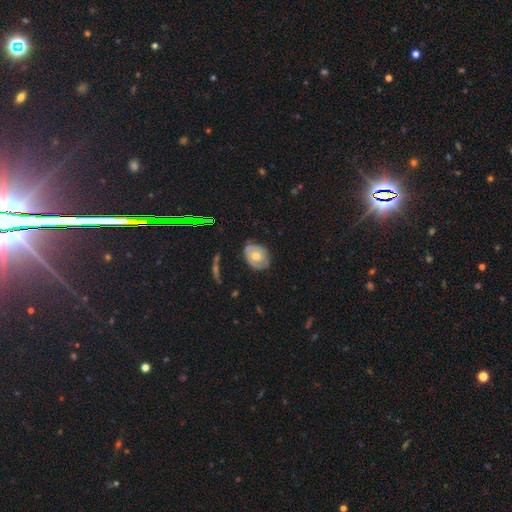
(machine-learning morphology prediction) smooth-or-featured: smooth: 46% | featured or disk: 45% | star or artifact: 9%
  merging: none: 69% | minor disturbance: 24% | major disturbance: 5% | merger: 2%